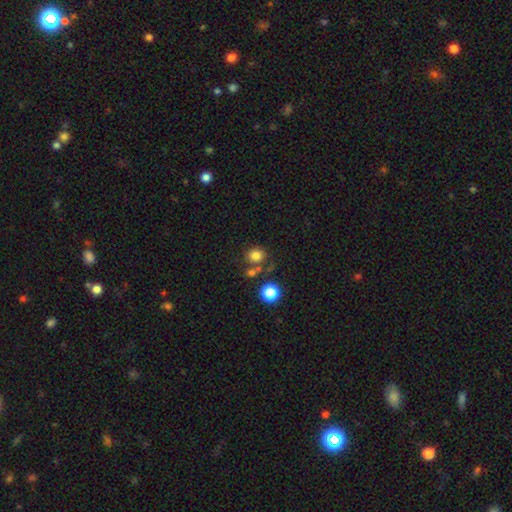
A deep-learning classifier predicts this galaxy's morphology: type=smooth (79%); roundness=round (77%); merging=none (64%).